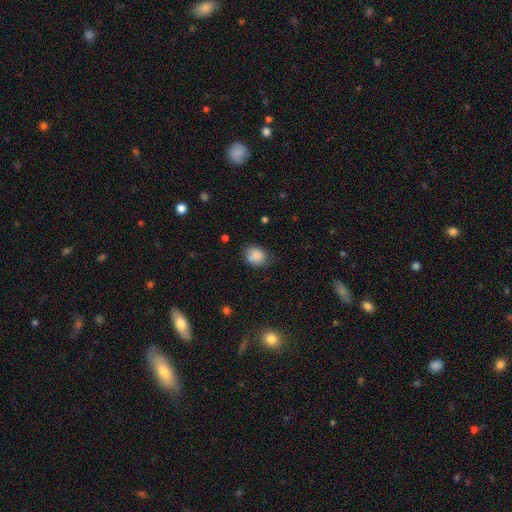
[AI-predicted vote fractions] Smooth or featured? smooth (82%)
How rounded? in between (51%)
Merging? none (59%)